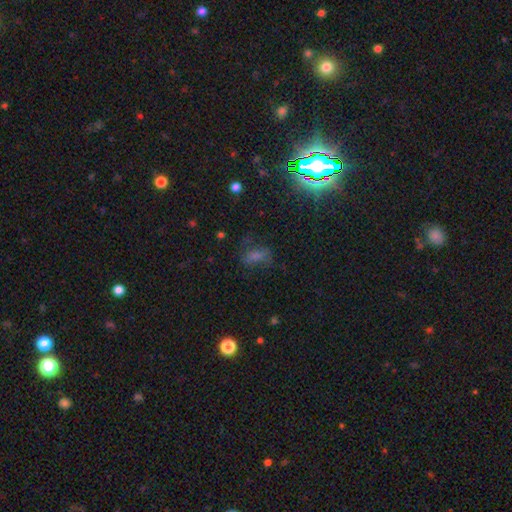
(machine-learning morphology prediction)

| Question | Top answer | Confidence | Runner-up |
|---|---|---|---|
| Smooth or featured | smooth | 53% | star or artifact (28%) |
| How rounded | in between | 79% | round (13%) |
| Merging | none | 48% | major disturbance (25%) |